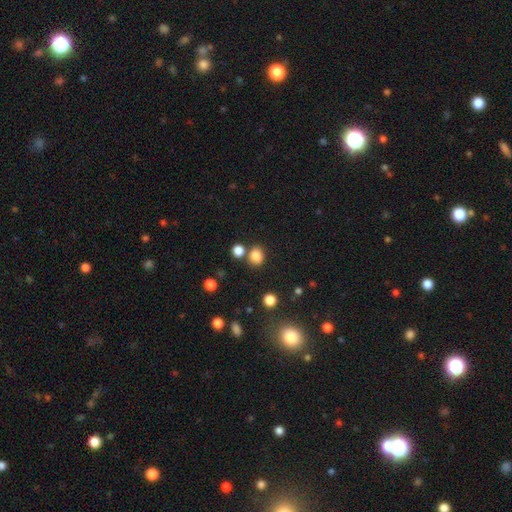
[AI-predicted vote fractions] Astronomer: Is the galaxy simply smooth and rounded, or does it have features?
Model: smooth — 83%.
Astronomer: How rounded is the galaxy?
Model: round — 62%.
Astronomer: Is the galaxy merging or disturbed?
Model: none — 71%.